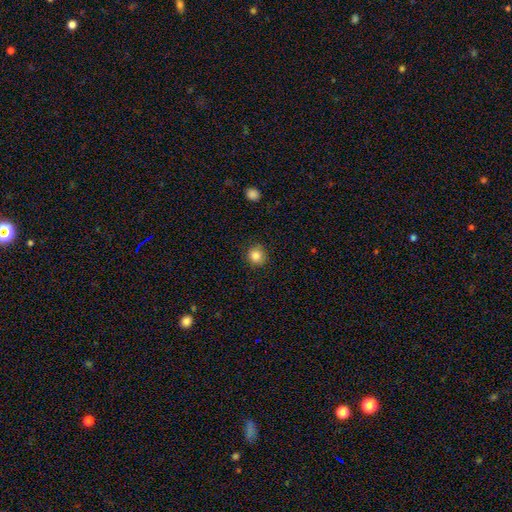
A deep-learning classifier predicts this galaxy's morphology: smooth_or_featured: smooth (p=0.85) [alt: star or artifact p=0.11]
how_rounded: round (p=0.92) [alt: in between p=0.08]
merging: none (p=0.90) [alt: minor disturbance p=0.07]